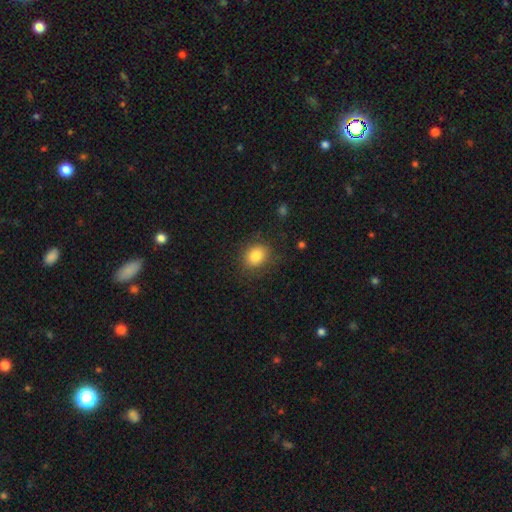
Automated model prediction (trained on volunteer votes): The model was most divided on "how rounded": round: 54%, in between: 45%, cigar-shaped: 1%. More confident: smooth or featured — smooth (84%); merging — none (80%).